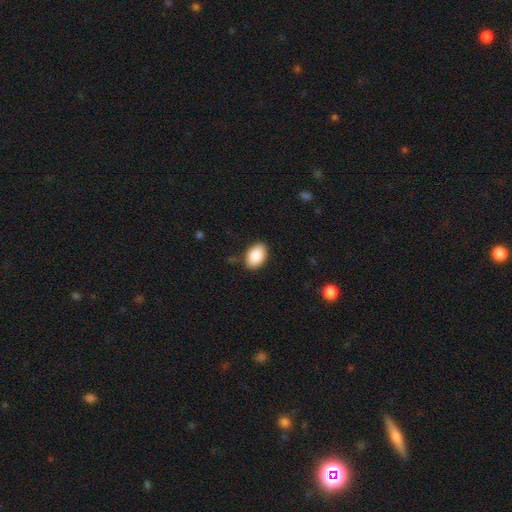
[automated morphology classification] This is clearly a smooth galaxy (89%). How rounded: clearly in between (90%). Merging: clearly none (85%).